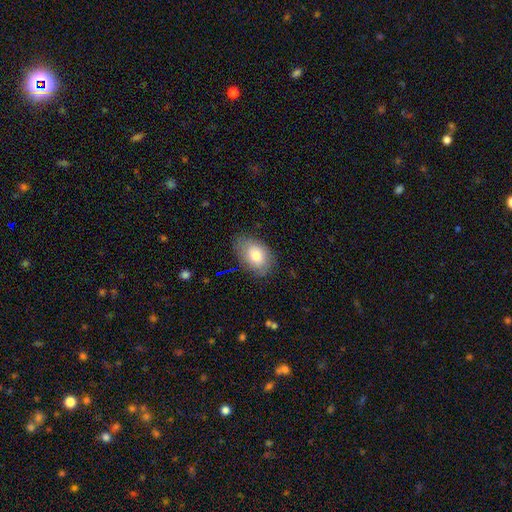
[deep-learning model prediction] Morphology: type=smooth (74%); roundness=in between (87%); merging=none (77%).